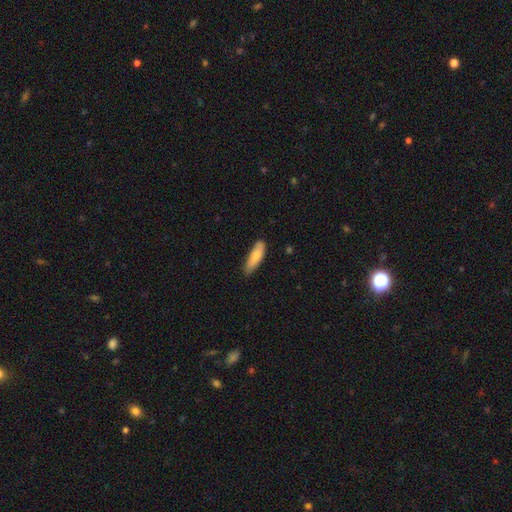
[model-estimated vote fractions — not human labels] A smooth galaxy with no disk features (81%) that is cigar-shaped (53%).

Vote fractions:
- Smooth or featured? smooth: 81% / featured or disk: 13% / star or artifact: 6%
- How rounded? cigar-shaped: 53% / in between: 45% / round: 2%
- Merging? none: 71% / minor disturbance: 24% / major disturbance: 3% / merger: 2%